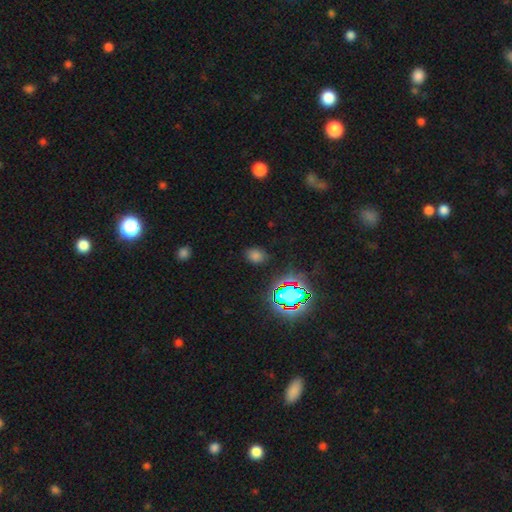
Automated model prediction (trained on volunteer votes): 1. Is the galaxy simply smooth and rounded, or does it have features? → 64% smooth, 29% star or artifact, 7% featured or disk.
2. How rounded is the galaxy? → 54% in between, 44% round, 2% cigar-shaped.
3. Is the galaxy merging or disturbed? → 83% none, 12% minor disturbance, 4% major disturbance, 2% merger.